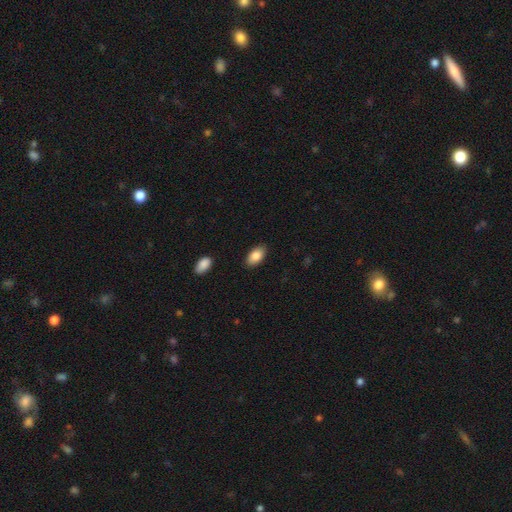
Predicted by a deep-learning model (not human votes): smooth-or-featured: smooth: 86% | featured or disk: 7% | star or artifact: 7%
  how-rounded: in between: 93% | round: 4% | cigar-shaped: 2%
  merging: none: 86% | minor disturbance: 10% | major disturbance: 2% | merger: 1%